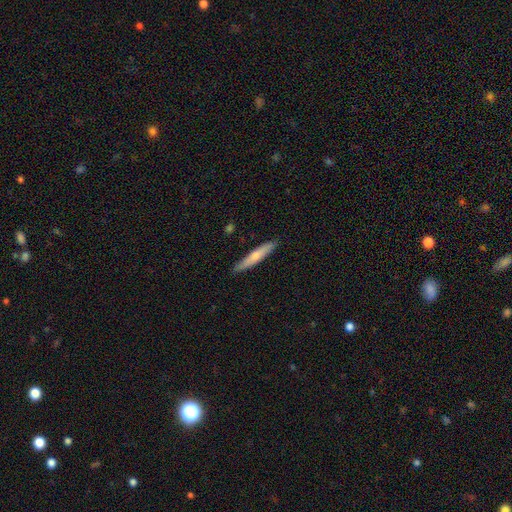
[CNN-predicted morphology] type=smooth (61%); roundness=cigar-shaped (92%); merging=none (88%).